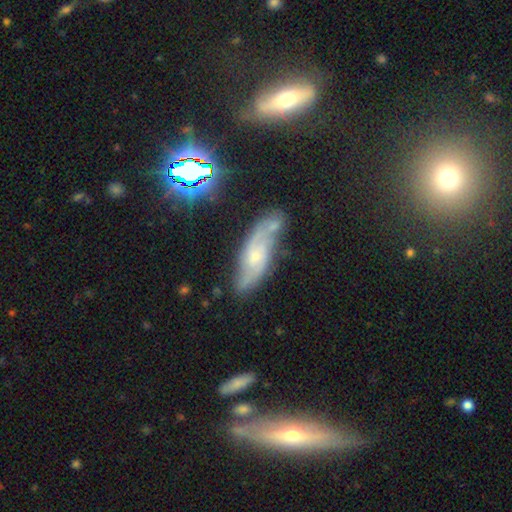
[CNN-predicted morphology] The model was most divided on "merging": none: 60%, minor disturbance: 23%, merger: 9%, major disturbance: 8%. More confident: spiral arms — yes (89%); edge-on disk — no (83%); bulge size — small (68%); bar — no (68%); smooth or featured — featured or disk (68%).